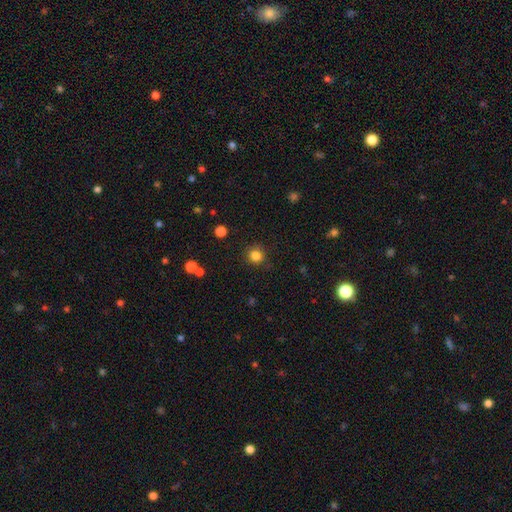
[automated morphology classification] smooth-or-featured: smooth: 84% | star or artifact: 12% | featured or disk: 4%
  how-rounded: round: 88% | in between: 11% | cigar-shaped: 1%
  merging: none: 86% | minor disturbance: 9% | major disturbance: 3% | merger: 2%